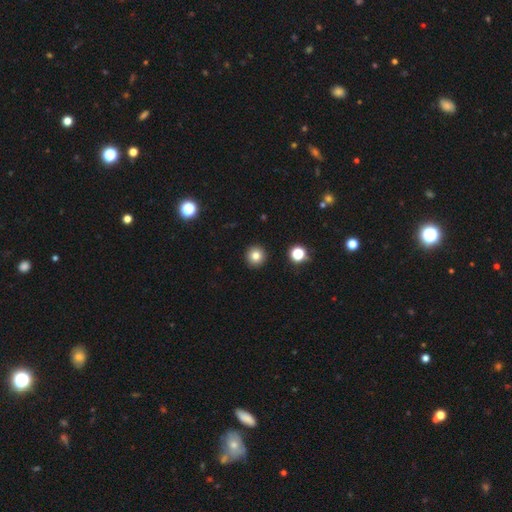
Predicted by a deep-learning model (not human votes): Smooth or featured?
  - smooth: 81% *
  - star or artifact: 13%
  - featured or disk: 6%
How rounded?
  - round: 95% *
  - in between: 4%
  - cigar-shaped: 1%
Merging?
  - none: 92% *
  - minor disturbance: 4%
  - major disturbance: 2%
  - merger: 1%